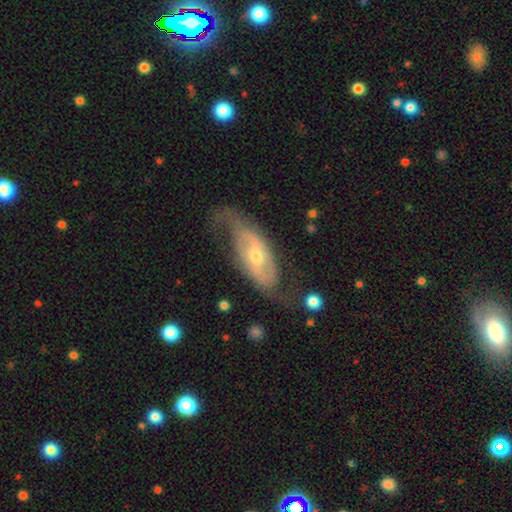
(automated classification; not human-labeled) featured or disk 79%, smooth 15%, star or artifact 6%. Down the decision tree: edge-on disk — no (90%); bar — no (48%); spiral arms — yes (87%); spiral arm count — 2 (78%); spiral winding — loose (39%); bulge size — moderate (53%); merging — none (58%).